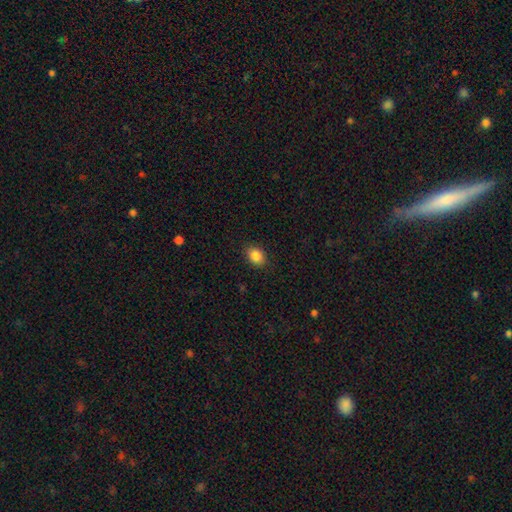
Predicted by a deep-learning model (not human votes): This is clearly a smooth galaxy (87%). How rounded: likely in between (65%). Merging: clearly none (87%).